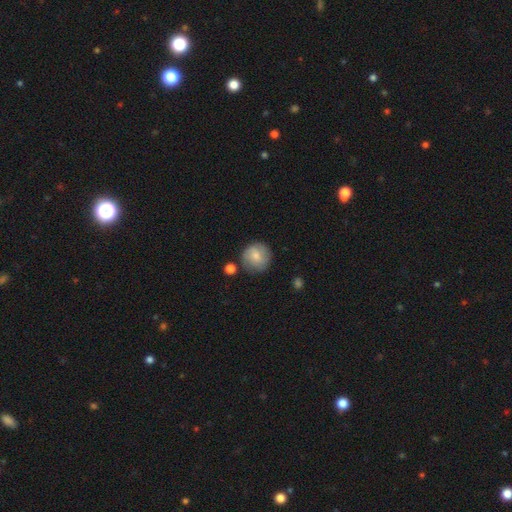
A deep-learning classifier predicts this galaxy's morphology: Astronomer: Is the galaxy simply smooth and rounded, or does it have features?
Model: smooth — 73%.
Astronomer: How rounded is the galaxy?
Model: round — 93%.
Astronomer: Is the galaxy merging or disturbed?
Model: none — 76%.